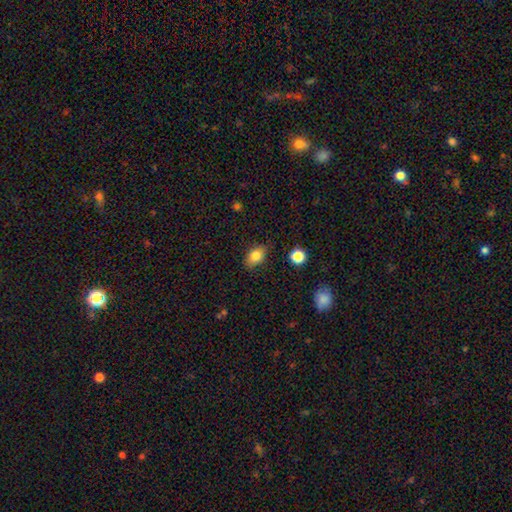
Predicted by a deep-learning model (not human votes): A smooth galaxy with no disk features (82%) that is in between round and cigar-shaped (78%).

Vote fractions:
- Smooth or featured? smooth: 82% / star or artifact: 10% / featured or disk: 8%
- How rounded? in between: 78% / round: 20% / cigar-shaped: 2%
- Merging? none: 82% / minor disturbance: 14% / major disturbance: 3% / merger: 2%